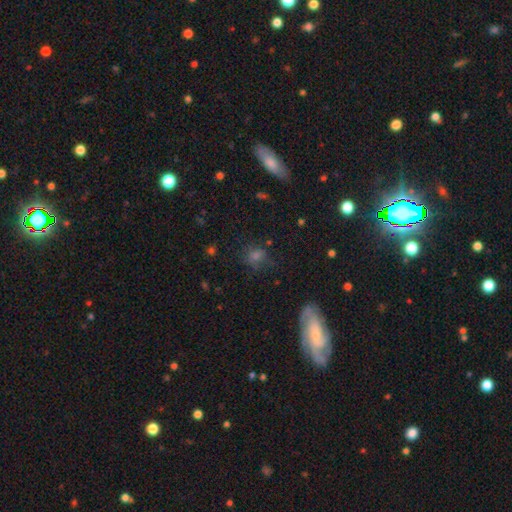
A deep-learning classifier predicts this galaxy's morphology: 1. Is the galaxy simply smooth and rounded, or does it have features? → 49% smooth, 26% featured or disk, 25% star or artifact.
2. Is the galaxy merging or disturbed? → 71% none, 17% minor disturbance, 8% major disturbance, 4% merger.